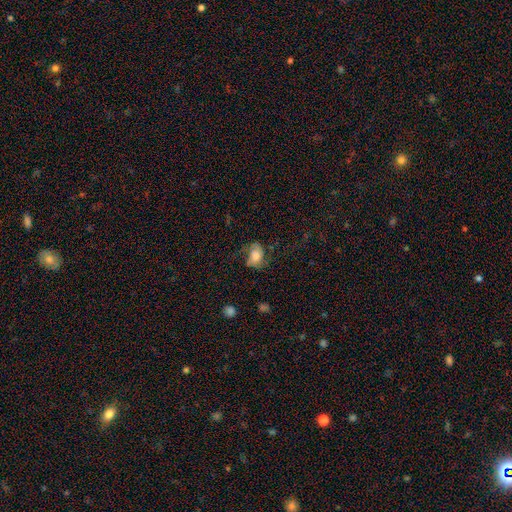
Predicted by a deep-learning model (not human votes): smooth_or_featured: smooth (p=0.56) [alt: featured or disk p=0.35]
how_rounded: in between (p=0.74) [alt: round p=0.25]
merging: none (p=0.49) [alt: minor disturbance p=0.25]